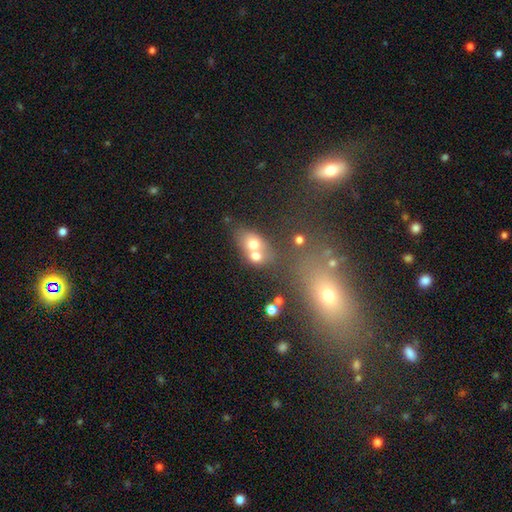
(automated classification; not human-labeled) Morphology: type=smooth (65%); roundness=in between (51%); merging=merger (60%).